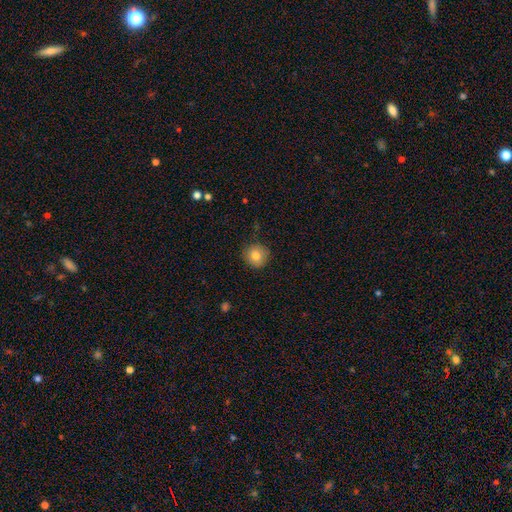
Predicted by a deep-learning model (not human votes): Morphology: type=smooth (82%); roundness=round (93%); merging=none (87%).